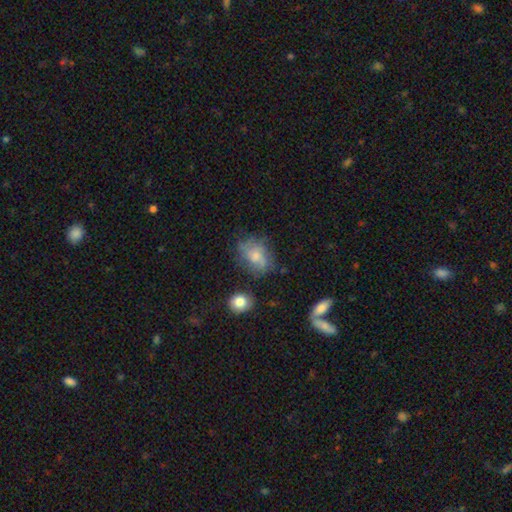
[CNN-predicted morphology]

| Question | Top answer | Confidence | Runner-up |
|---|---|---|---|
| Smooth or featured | smooth | 52% | featured or disk (37%) |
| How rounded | in between | 74% | round (24%) |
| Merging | none | 56% | minor disturbance (27%) |